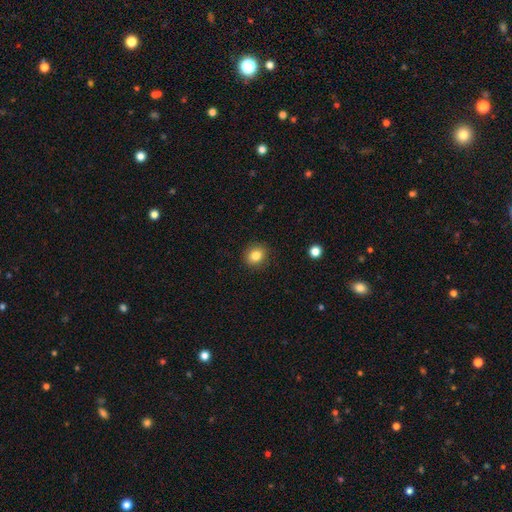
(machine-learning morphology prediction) Smooth or featured?
  - smooth: 83% *
  - star or artifact: 10%
  - featured or disk: 6%
How rounded?
  - round: 76% *
  - in between: 23%
  - cigar-shaped: 1%
Merging?
  - none: 89% *
  - minor disturbance: 7%
  - major disturbance: 2%
  - merger: 1%